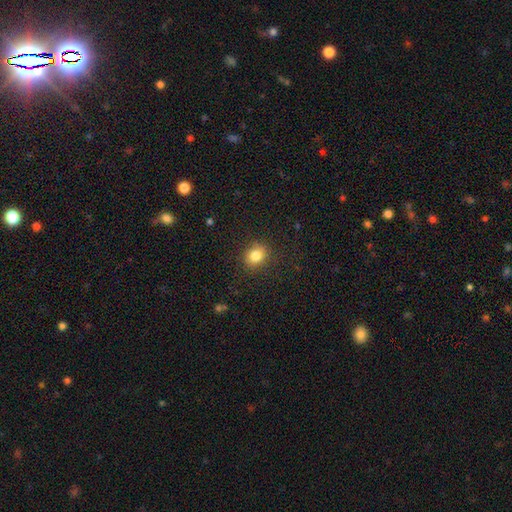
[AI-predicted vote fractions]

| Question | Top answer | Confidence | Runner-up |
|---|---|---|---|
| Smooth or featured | smooth | 84% | star or artifact (10%) |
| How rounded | round | 60% | in between (39%) |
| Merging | none | 86% | minor disturbance (10%) |